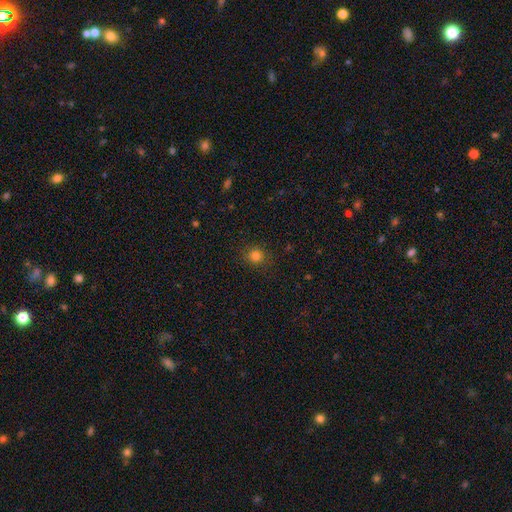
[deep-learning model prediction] The model was most divided on "smooth or featured": smooth: 81%, star or artifact: 14%, featured or disk: 4%. More confident: how rounded — round (91%); merging — none (88%).